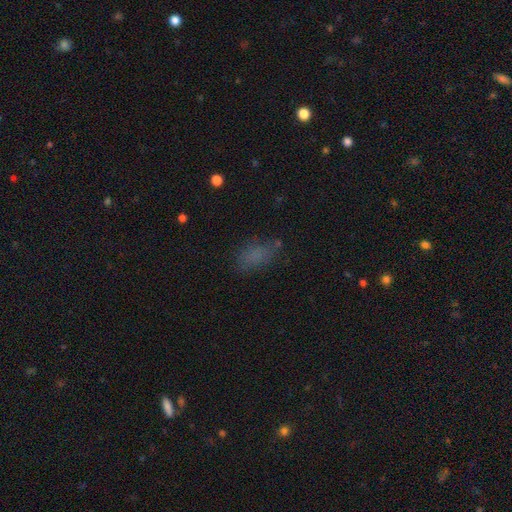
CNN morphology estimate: This appears to be a smooth galaxy with no disk features (73%) that is in between round and cigar-shaped (86%). Merging: none (67%).